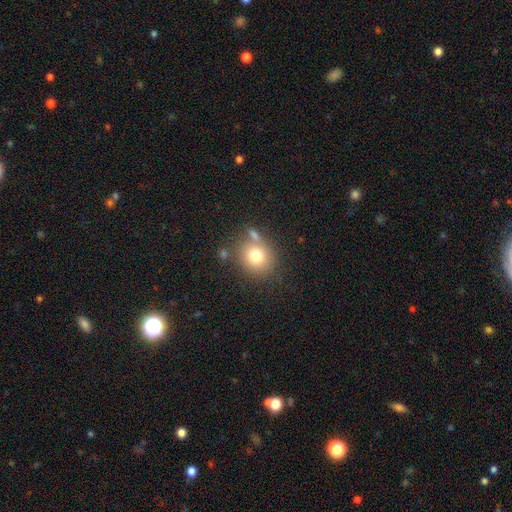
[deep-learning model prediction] smooth_or_featured: smooth (p=0.77) [alt: featured or disk p=0.12]
how_rounded: round (p=0.77) [alt: in between p=0.22]
merging: none (p=0.64) [alt: merger p=0.16]